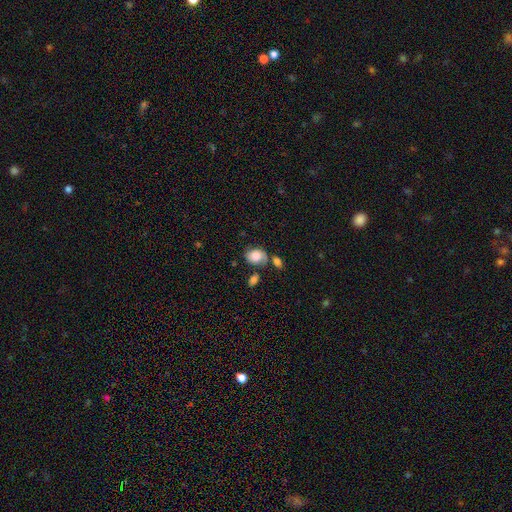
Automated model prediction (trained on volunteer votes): Smooth or featured: smooth — 62% (featured or disk — 29%)
How rounded: in between — 67% (round — 32%)
Merging: none — 49% (minor disturbance — 22%)